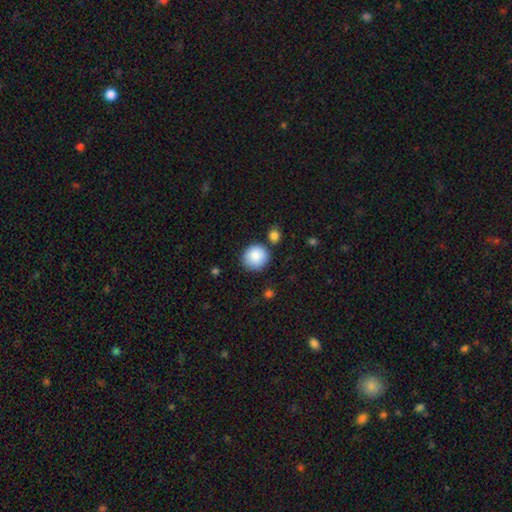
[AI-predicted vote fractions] Q: Smooth or featured?
A: smooth (87%); runner-up: star or artifact (8%)
Q: How rounded?
A: round (91%); runner-up: in between (8%)
Q: Merging?
A: none (79%); runner-up: minor disturbance (11%)